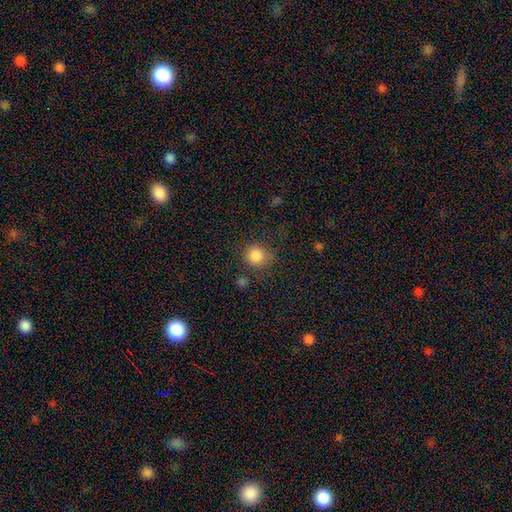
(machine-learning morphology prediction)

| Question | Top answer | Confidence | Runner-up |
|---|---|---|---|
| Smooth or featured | smooth | 85% | star or artifact (11%) |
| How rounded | round | 90% | in between (9%) |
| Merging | none | 74% | minor disturbance (14%) |